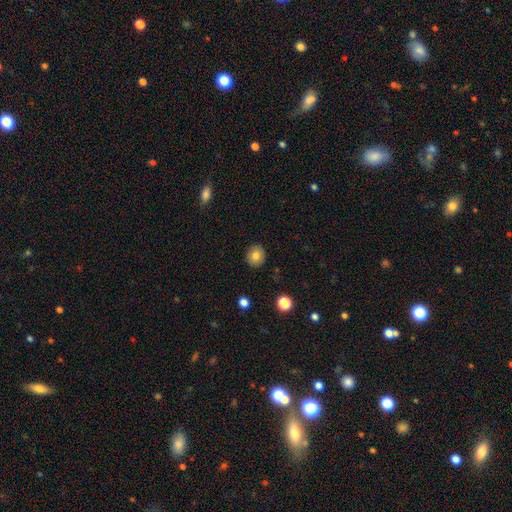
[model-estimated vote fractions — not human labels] smooth_or_featured: smooth (p=0.80) [alt: featured or disk p=0.11]
how_rounded: round (p=0.85) [alt: in between p=0.14]
merging: none (p=0.91) [alt: minor disturbance p=0.06]